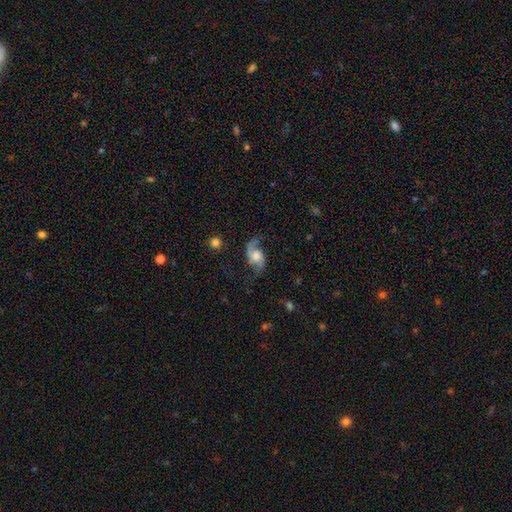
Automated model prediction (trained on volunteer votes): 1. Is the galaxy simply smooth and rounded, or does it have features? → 77% featured or disk, 16% smooth, 7% star or artifact.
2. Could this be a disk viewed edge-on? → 96% no, 4% yes.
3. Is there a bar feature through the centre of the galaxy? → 62% no, 31% weak, 7% strong.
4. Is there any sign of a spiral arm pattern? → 94% yes, 6% no.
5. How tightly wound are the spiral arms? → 69% loose, 25% medium, 6% tight.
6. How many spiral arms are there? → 86% 2, 8% 1, 3% can't tell, 1% 3, 1% 4, 1% more than 4.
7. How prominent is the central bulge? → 41% moderate, 30% large, 15% small, 9% none, 4% dominant.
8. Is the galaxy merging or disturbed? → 63% none, 20% minor disturbance, 15% major disturbance, 2% merger.